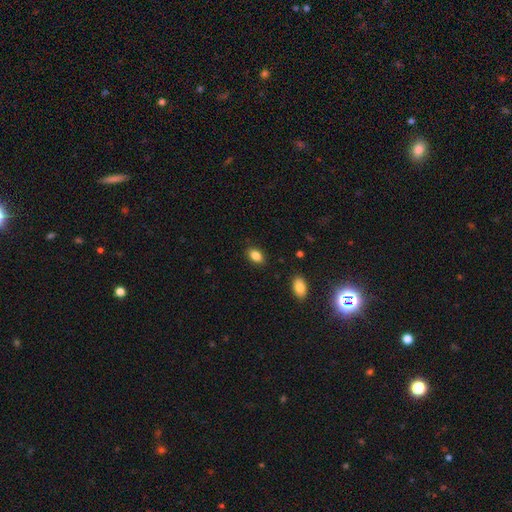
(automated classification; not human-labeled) Smooth or featured? smooth (85%)
How rounded? in between (87%)
Merging? none (87%)